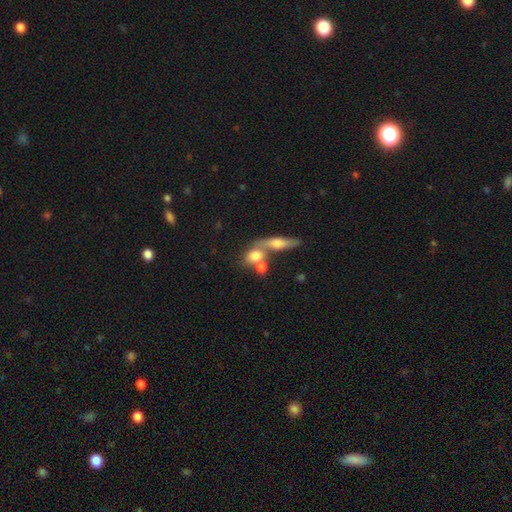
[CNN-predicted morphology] A smooth galaxy with no disk features (70%) that is in between round and cigar-shaped (55%).

Vote fractions:
- Smooth or featured? smooth: 70% / featured or disk: 21% / star or artifact: 9%
- How rounded? in between: 55% / round: 35% / cigar-shaped: 10%
- Merging? merger: 49% / none: 35% / minor disturbance: 10% / major disturbance: 6%